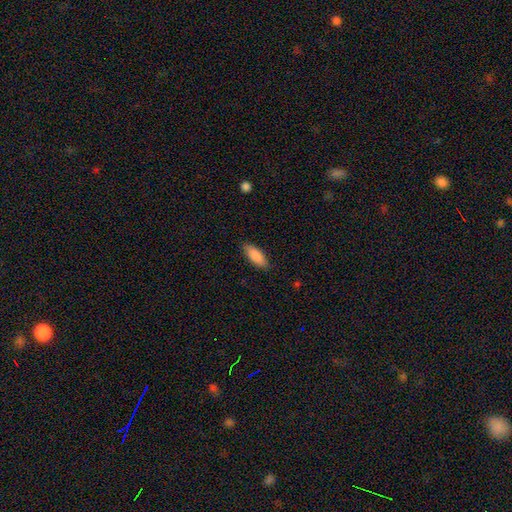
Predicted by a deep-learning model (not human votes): This appears to be a smooth galaxy with no disk features (88%) that is in between round and cigar-shaped (71%). Merging: none (86%).